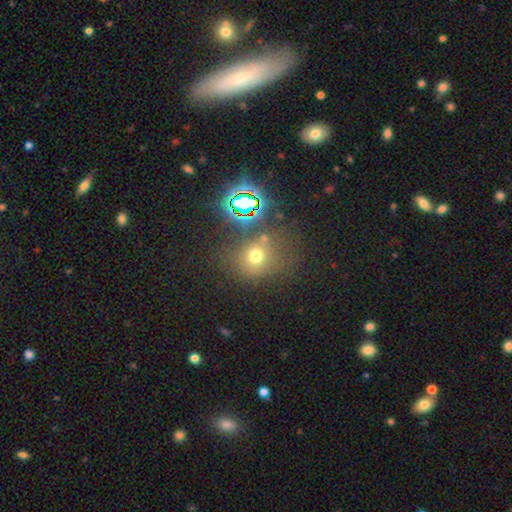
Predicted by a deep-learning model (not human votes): A smooth galaxy with no disk features (62%) that is round (77%). Merging: none (65%).